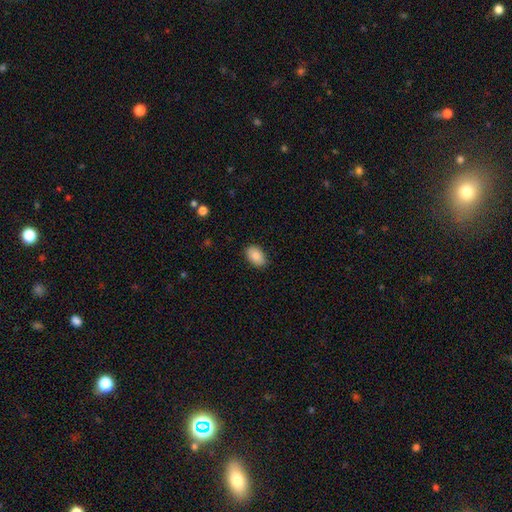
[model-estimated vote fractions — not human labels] Smooth or featured? Predicted: smooth (p=0.87). How rounded? Predicted: in between (p=0.90). Merging? Predicted: none (p=0.86).